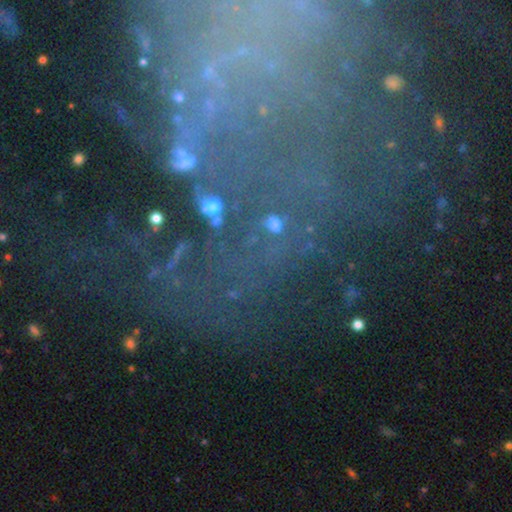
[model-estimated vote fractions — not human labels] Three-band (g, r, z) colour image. It shows a star or artifact, not a galaxy (47%).